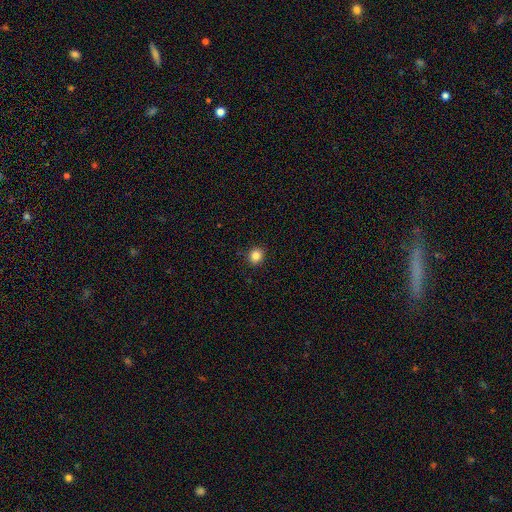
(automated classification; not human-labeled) This is clearly a smooth galaxy (85%). How rounded: likely round (79%). Merging: clearly none (90%).